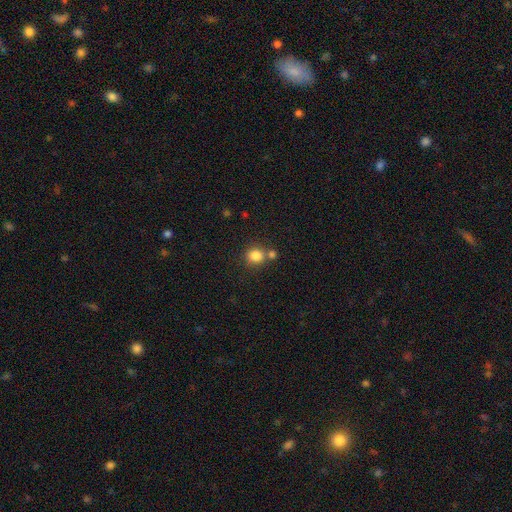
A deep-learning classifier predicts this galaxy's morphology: This is clearly a smooth galaxy (83%). How rounded: likely round (79%). Merging: likely none (60%).